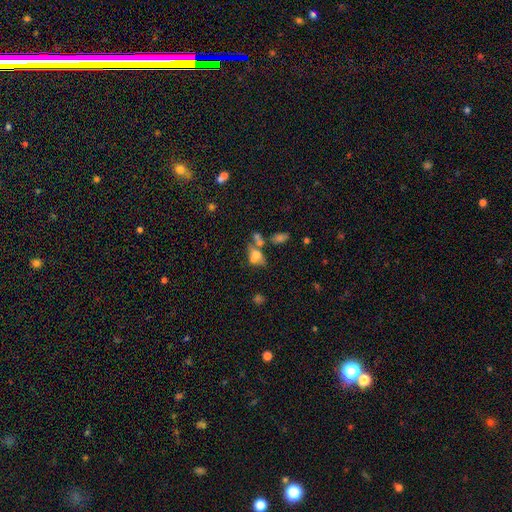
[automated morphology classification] type=smooth (55%); roundness=in between (73%); merging=merger (48%).